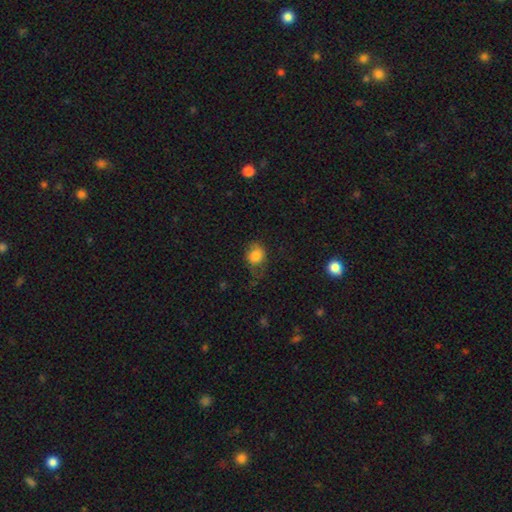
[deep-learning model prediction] Smooth or featured: smooth — 81% (star or artifact — 10%)
How rounded: round — 54% (in between — 45%)
Merging: none — 52% (minor disturbance — 29%)